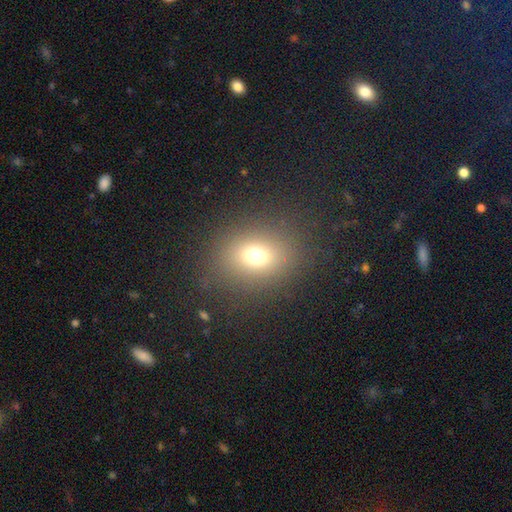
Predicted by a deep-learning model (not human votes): smooth-or-featured: smooth: 70% | star or artifact: 19% | featured or disk: 11%
  how-rounded: round: 56% | in between: 43% | cigar-shaped: 1%
  merging: none: 84% | minor disturbance: 9% | major disturbance: 6% | merger: 1%